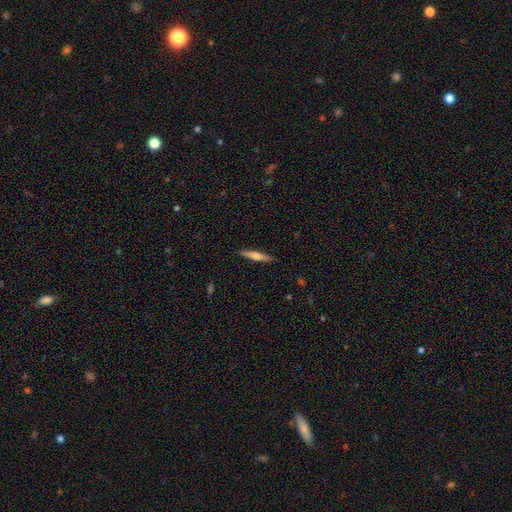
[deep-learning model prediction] Smooth or featured? smooth (55%)
How rounded? cigar-shaped (91%)
Merging? none (89%)